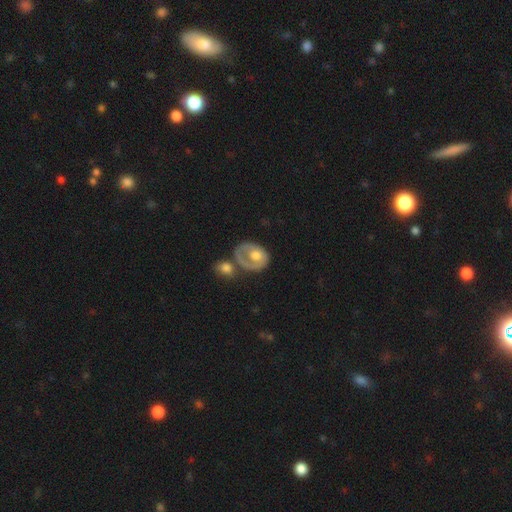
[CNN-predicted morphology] Smooth or featured?
  - featured or disk: 47% * (tied)
  - smooth: 47% * (tied)
  - star or artifact: 6%
Merging?
  - none: 38% *
  - minor disturbance: 22%
  - major disturbance: 21%
  - merger: 19%